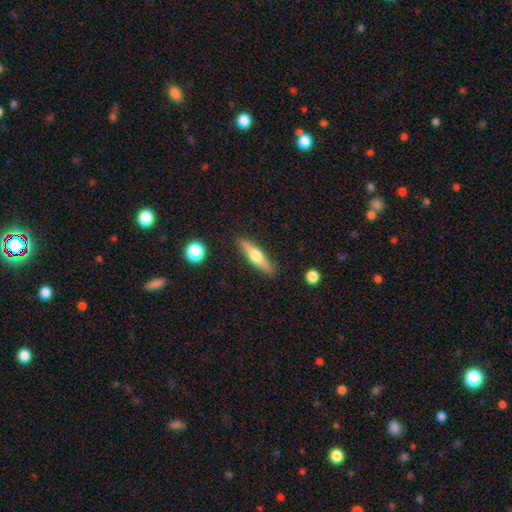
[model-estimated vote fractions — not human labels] Smooth or featured? Predicted: featured or disk (p=0.49). Merging? Predicted: none (p=0.87).